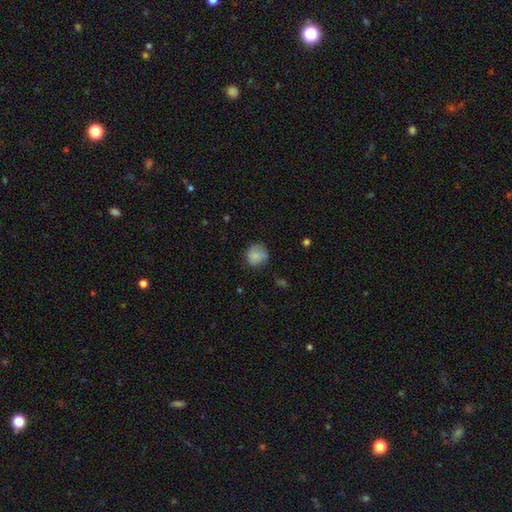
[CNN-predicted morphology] Smooth or featured? Predicted: smooth (p=0.84). How rounded? Predicted: round (p=0.86). Merging? Predicted: none (p=0.76).